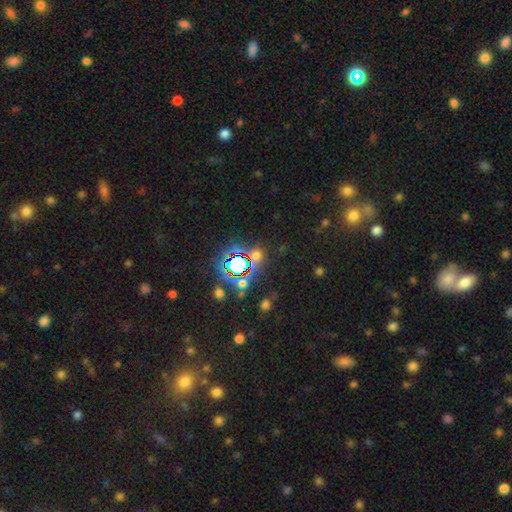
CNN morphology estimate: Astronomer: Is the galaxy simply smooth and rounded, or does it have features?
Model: star or artifact — 52% (runner-up: smooth, 38%).